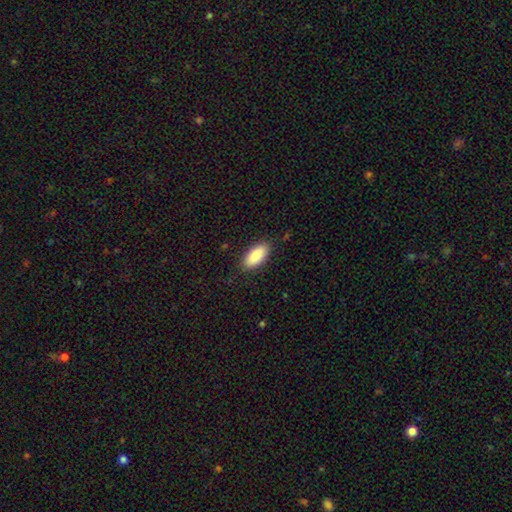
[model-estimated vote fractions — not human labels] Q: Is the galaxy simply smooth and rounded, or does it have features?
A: smooth — 88%.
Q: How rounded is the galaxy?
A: in between — 88%.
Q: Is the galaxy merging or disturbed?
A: none — 86%.